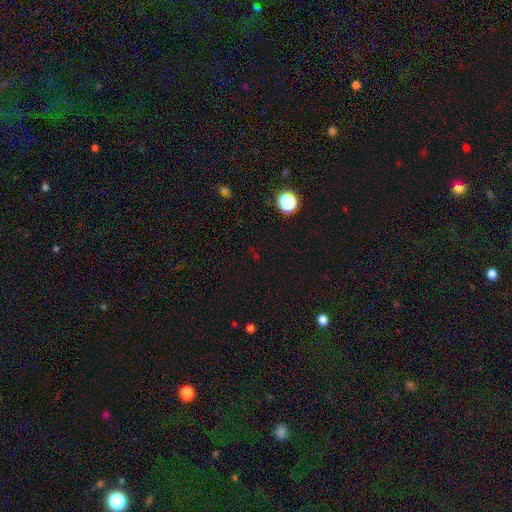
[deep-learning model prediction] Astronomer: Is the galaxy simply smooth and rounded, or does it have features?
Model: star or artifact — 66%.